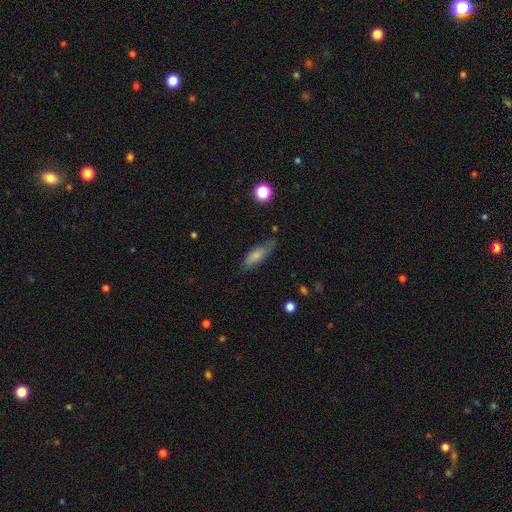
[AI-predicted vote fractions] Smooth or featured?
  - smooth: 72% *
  - featured or disk: 21%
  - star or artifact: 7%
How rounded?
  - in between: 50% *
  - cigar-shaped: 47%
  - round: 3%
Merging?
  - none: 64% *
  - minor disturbance: 26%
  - major disturbance: 7%
  - merger: 2%